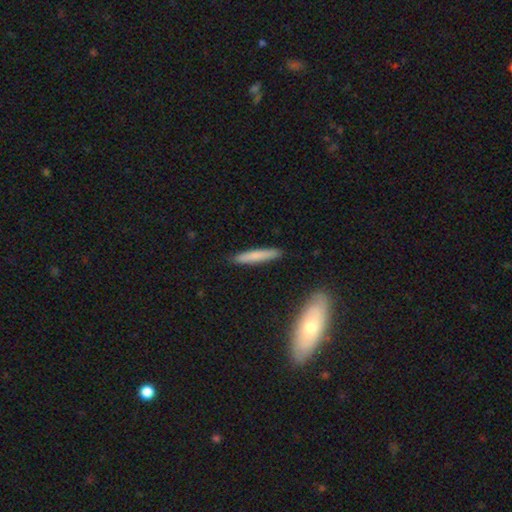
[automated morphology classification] Smooth or featured?
  - smooth: 74% *
  - featured or disk: 21%
  - star or artifact: 5%
How rounded?
  - cigar-shaped: 92% *
  - in between: 6%
  - round: 1%
Merging?
  - none: 88% *
  - minor disturbance: 8%
  - merger: 2%
  - major disturbance: 2%